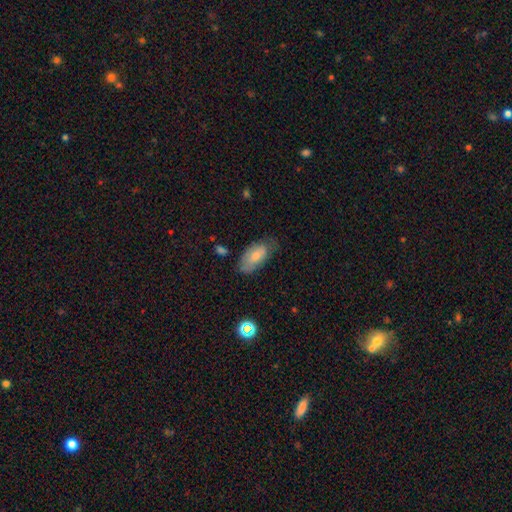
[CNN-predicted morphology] Q: Smooth or featured?
A: smooth (76%); runner-up: featured or disk (17%)
Q: How rounded?
A: in between (92%); runner-up: cigar-shaped (5%)
Q: Merging?
A: none (58%); runner-up: minor disturbance (30%)